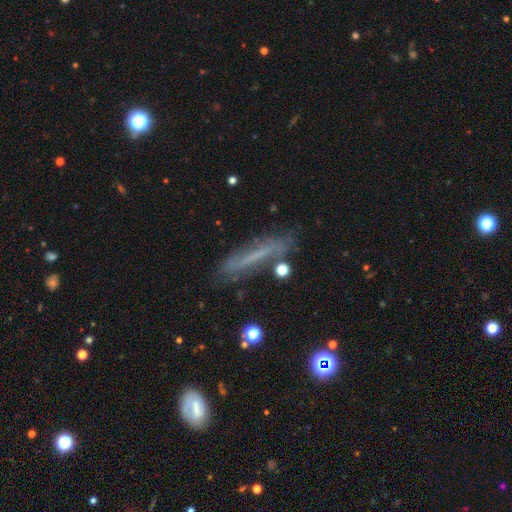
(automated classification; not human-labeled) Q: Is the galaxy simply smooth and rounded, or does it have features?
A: featured or disk — 46%.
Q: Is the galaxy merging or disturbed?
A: none — 73%.